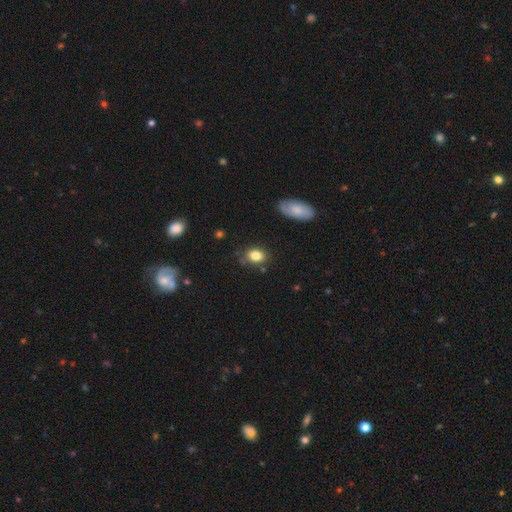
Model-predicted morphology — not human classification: Smooth or featured: smooth — 83% (star or artifact — 10%)
How rounded: in between — 67% (round — 31%)
Merging: none — 77% (minor disturbance — 16%)